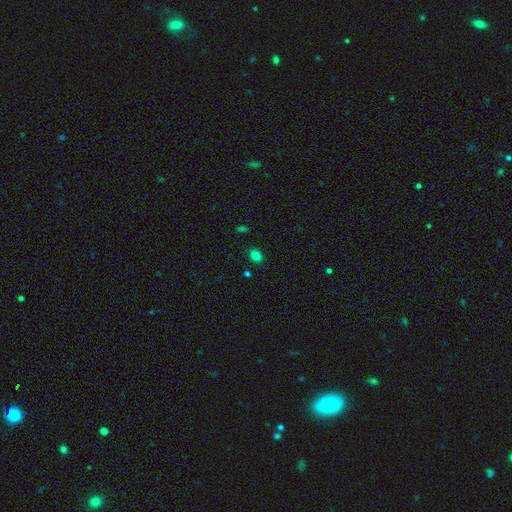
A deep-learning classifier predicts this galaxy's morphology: Overall: smooth (81%). How rounded: in between (67%; round 32%). Merging: none (86%).